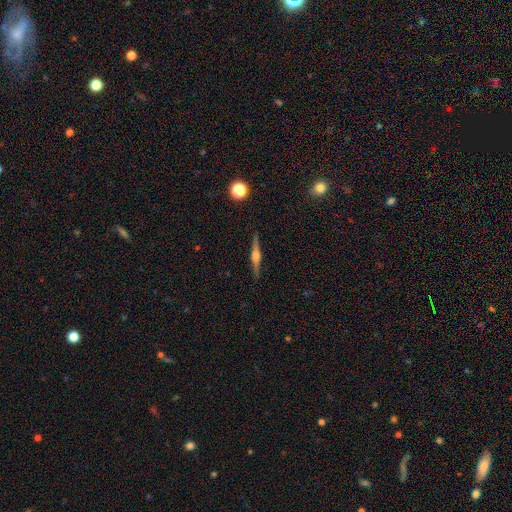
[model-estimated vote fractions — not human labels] featured or disk 78%, smooth 16%, star or artifact 7%. Down the decision tree: edge-on disk — yes (98%); edge-on bulge — rounded (78%); merging — none (91%).